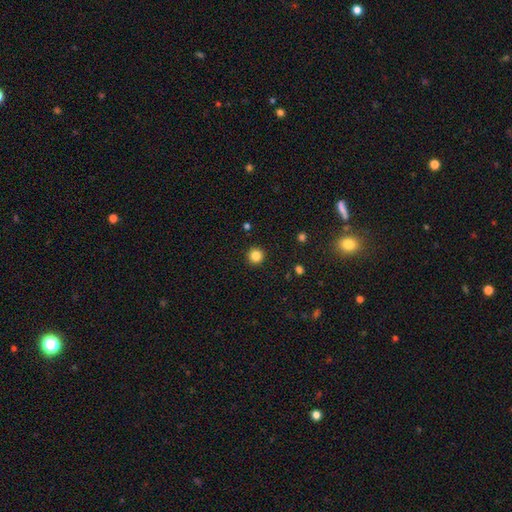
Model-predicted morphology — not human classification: Smooth or featured? smooth (84%)
How rounded? round (96%)
Merging? none (93%)